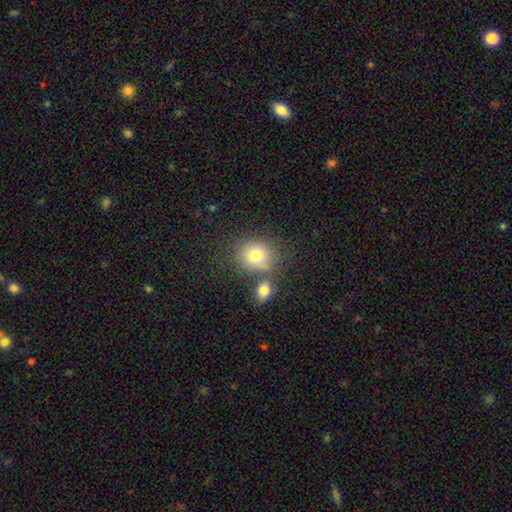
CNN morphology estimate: Smooth or featured? smooth (78%)
How rounded? round (73%)
Merging? none (60%)